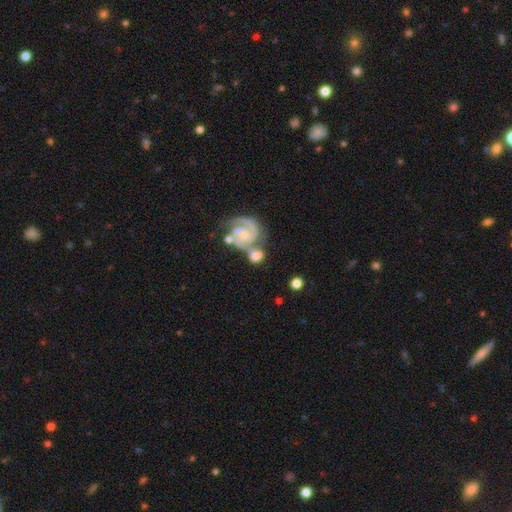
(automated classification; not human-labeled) A featured or disk galaxy (70%) with no bar (59%), 2 (77%) medium (46%) spiral arms (93%) and a small central bulge (53%).

Vote fractions:
- Smooth or featured? featured or disk: 70% / smooth: 23% / star or artifact: 7%
- Edge-on disk? no: 97% / yes: 3%
- Bar? no: 59% / weak: 32% / strong: 10%
- Spiral arms? yes: 93% / no: 7%
- Spiral winding? medium: 46% / tight: 41% / loose: 13%
- Spiral arm count? 2: 77% / 3: 9% / can't tell: 6% / 1: 4% / 4: 2% / more than 4: 2%
- Bulge size? small: 53% / moderate: 26% / none: 15% / large: 5% / dominant: 2%
- Merging? merger: 41% / none: 36% / minor disturbance: 14% / major disturbance: 9%